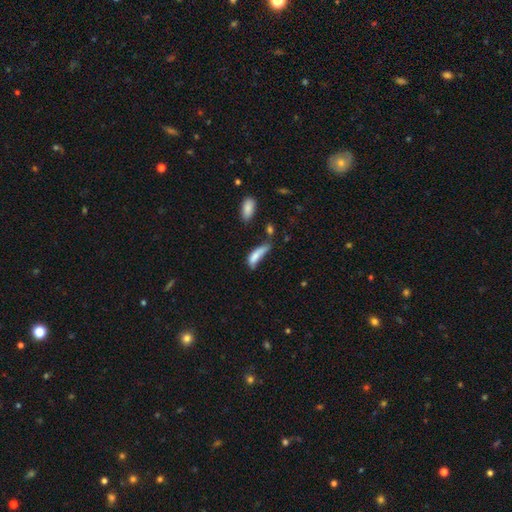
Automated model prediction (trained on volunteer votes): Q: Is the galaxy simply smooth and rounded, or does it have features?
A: smooth — 75%.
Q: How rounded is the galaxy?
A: in between — 56%.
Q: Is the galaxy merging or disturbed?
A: major disturbance — 30%, tied with minor disturbance.